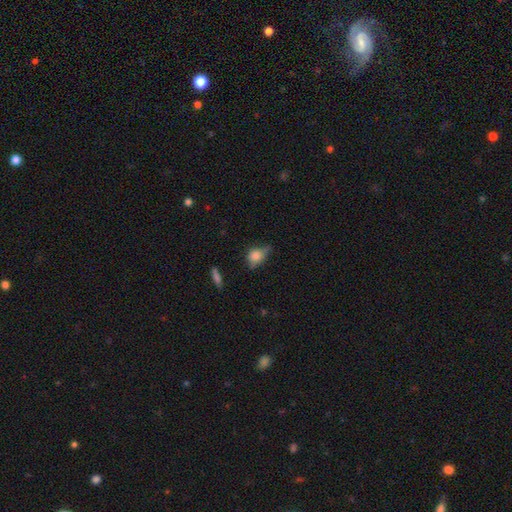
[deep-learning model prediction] A smooth galaxy with no disk features (67%) that is in between round and cigar-shaped (60%). Merging: none (42%).